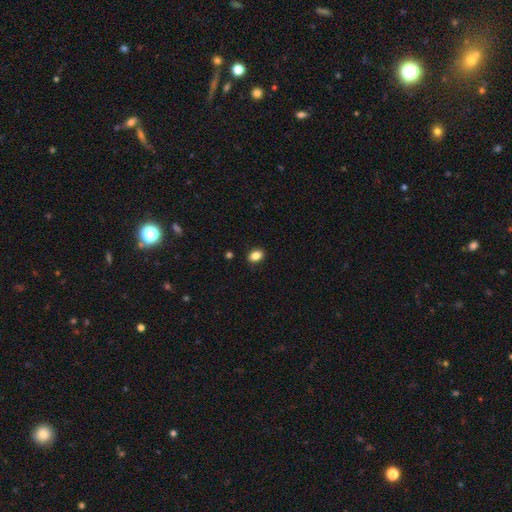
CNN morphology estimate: Smooth or featured?
  - smooth: 86% *
  - star or artifact: 9%
  - featured or disk: 5%
How rounded?
  - in between: 76% *
  - round: 23%
  - cigar-shaped: 1%
Merging?
  - none: 88% *
  - minor disturbance: 9%
  - major disturbance: 2%
  - merger: 1%